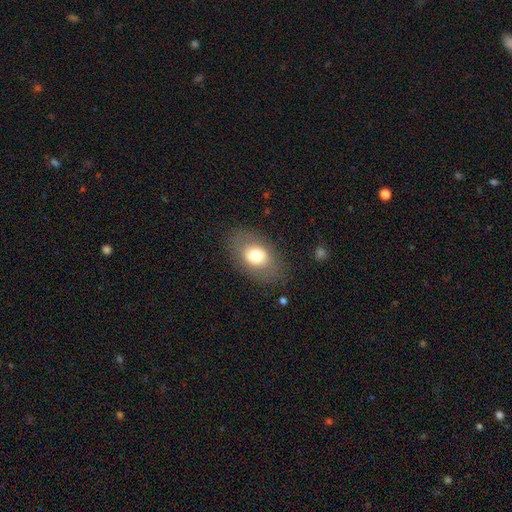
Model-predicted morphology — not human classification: The model was most divided on "smooth or featured": smooth: 70%, featured or disk: 22%, star or artifact: 8%. More confident: how rounded — in between (82%); merging — none (81%).